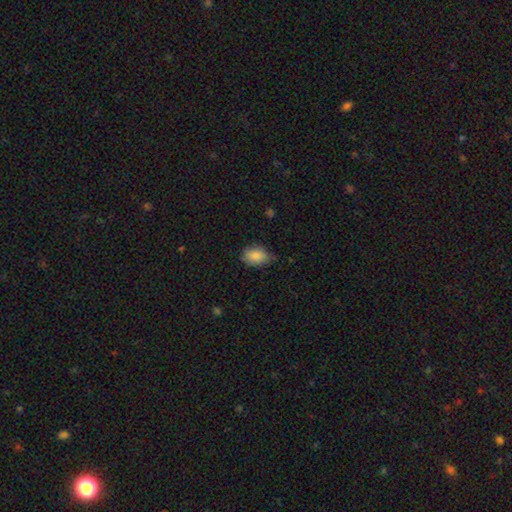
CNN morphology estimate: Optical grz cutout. It shows a smooth galaxy with no disk features (85%) that is in between round and cigar-shaped (83%). Merging: none (63%).